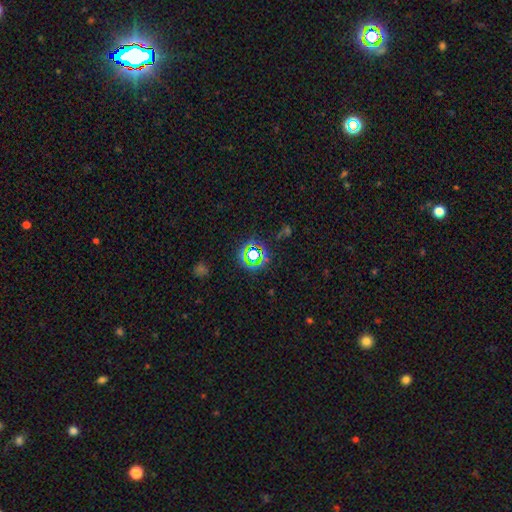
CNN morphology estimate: This is likely a star or artifact rather than a galaxy (67%).